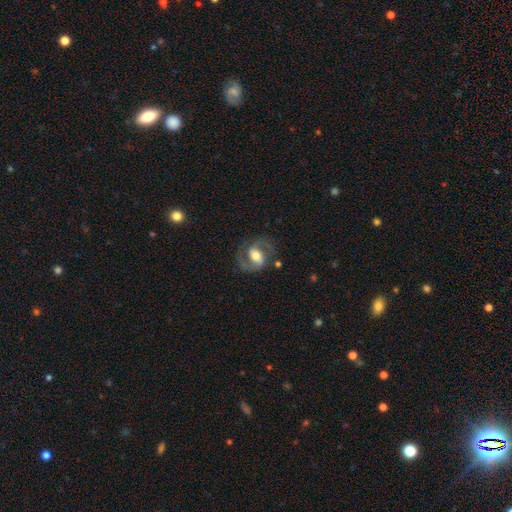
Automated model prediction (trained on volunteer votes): Q: Smooth or featured?
A: featured or disk (80%); runner-up: smooth (14%)
Q: Edge-on disk?
A: no (97%); runner-up: yes (3%)
Q: Bar?
A: weak (41%); runner-up: strong (36%)
Q: Spiral arms?
A: yes (93%); runner-up: no (7%)
Q: Spiral winding?
A: medium (57%); runner-up: tight (24%)
Q: Spiral arm count?
A: 2 (89%); runner-up: can't tell (4%)
Q: Bulge size?
A: moderate (60%); runner-up: small (18%)
Q: Merging?
A: none (73%); runner-up: minor disturbance (15%)